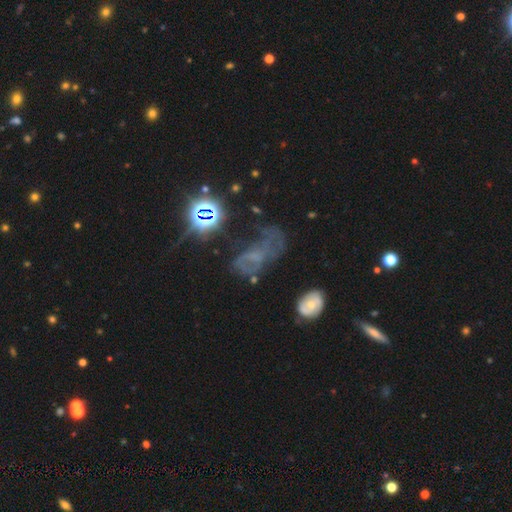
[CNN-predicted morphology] Q: Smooth or featured?
A: featured or disk (49%); runner-up: star or artifact (29%)
Q: Merging?
A: none (39%); runner-up: major disturbance (33%)